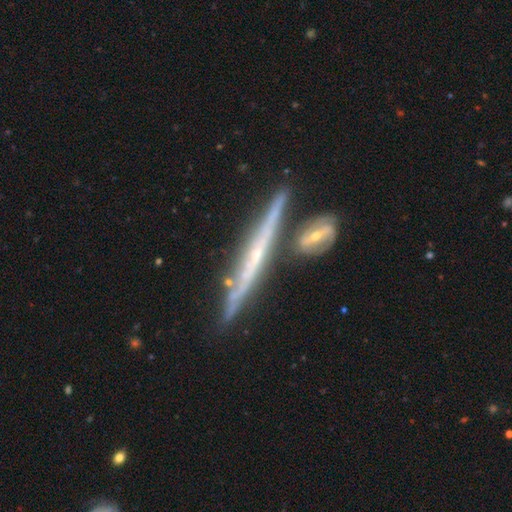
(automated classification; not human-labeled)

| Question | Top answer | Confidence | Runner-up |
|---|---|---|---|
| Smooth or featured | featured or disk | 81% | smooth (13%) |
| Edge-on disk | yes | 95% | no (5%) |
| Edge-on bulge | none | 50% | rounded (44%) |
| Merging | none | 72% | merger (14%) |